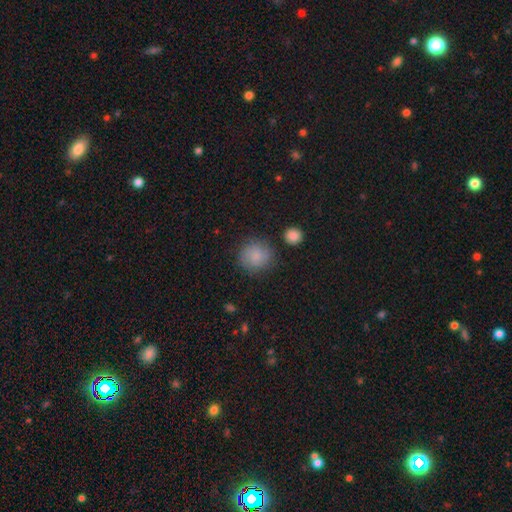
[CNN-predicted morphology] Smooth or featured?
  - smooth: 80% *
  - featured or disk: 11%
  - star or artifact: 8%
How rounded?
  - round: 90% *
  - in between: 9%
  - cigar-shaped: 1%
Merging?
  - none: 79% *
  - minor disturbance: 13%
  - major disturbance: 4%
  - merger: 3%